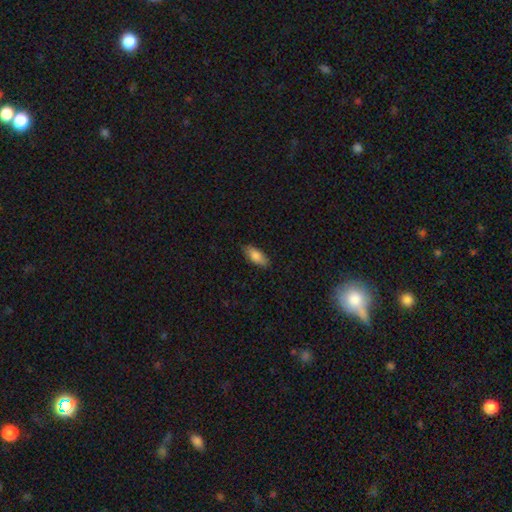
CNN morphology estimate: The model was most divided on "merging": none: 84%, minor disturbance: 13%, major disturbance: 2%, merger: 1%. More confident: how rounded — in between (85%); smooth or featured — smooth (83%).